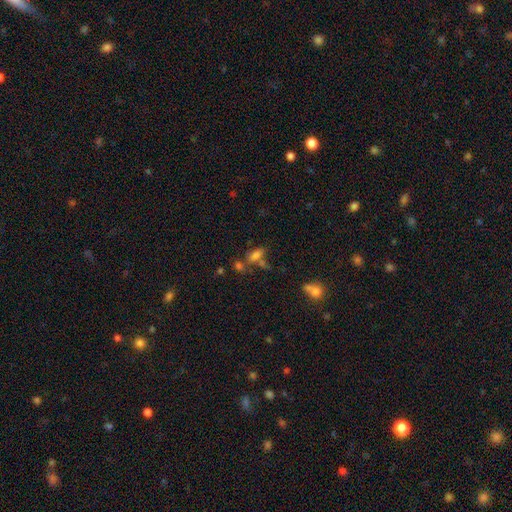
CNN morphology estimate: Smooth or featured? smooth (68%)
How rounded? in between (73%)
Merging? none (45%)